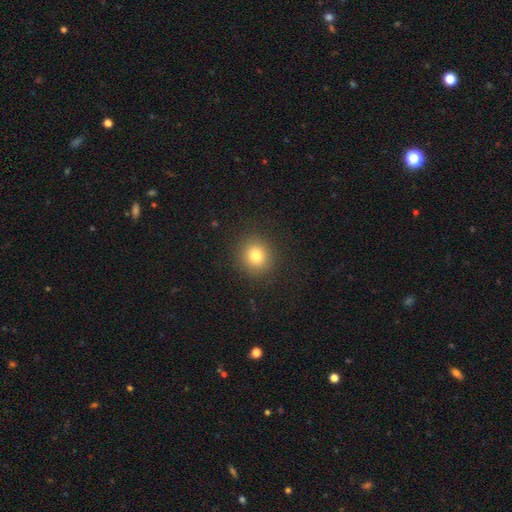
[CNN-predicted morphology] smooth_or_featured: smooth (p=0.79) [alt: star or artifact p=0.13]
how_rounded: round (p=0.88) [alt: in between p=0.11]
merging: none (p=0.90) [alt: minor disturbance p=0.06]